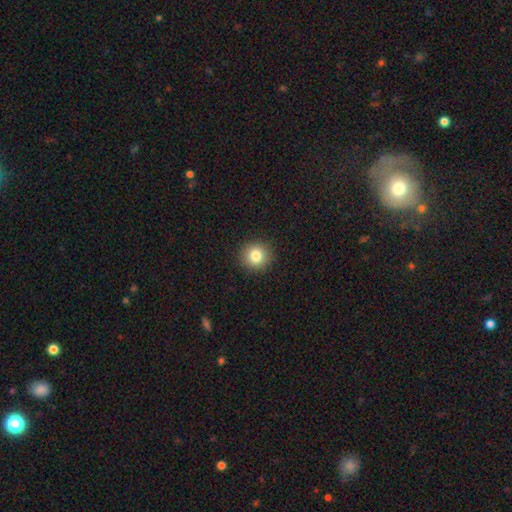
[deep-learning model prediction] Morphology: type=smooth (82%); roundness=round (92%); merging=none (92%).